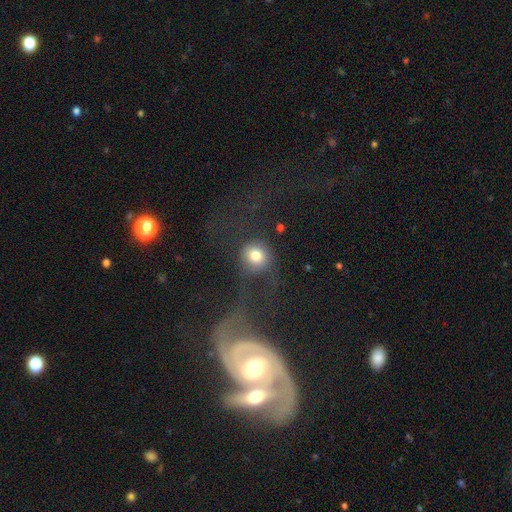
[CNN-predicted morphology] Overall: smooth (77%). How rounded: round (85%). Merging: none (50%; major disturbance 27%).